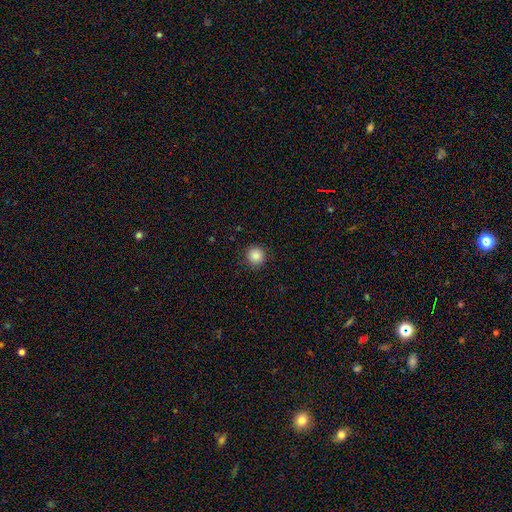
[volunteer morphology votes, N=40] Smooth or featured: smooth — 80% (star or artifact — 12%)
How rounded: round — 100%
Merging: none — 91% (minor disturbance — 9%)